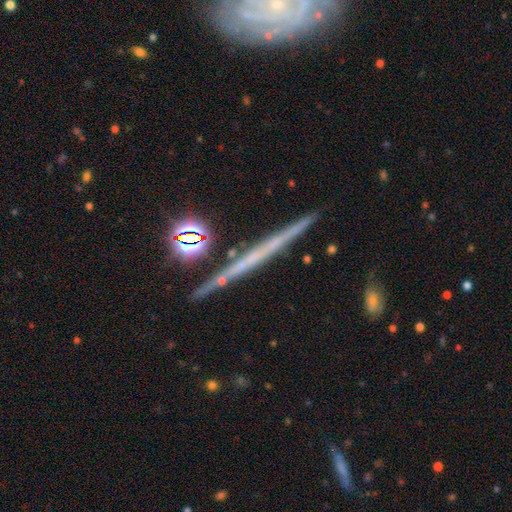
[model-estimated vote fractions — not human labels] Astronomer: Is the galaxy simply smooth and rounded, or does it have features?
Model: featured or disk — 67%.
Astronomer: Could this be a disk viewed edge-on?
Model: yes — 95%.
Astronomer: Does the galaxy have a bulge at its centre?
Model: none — 86%.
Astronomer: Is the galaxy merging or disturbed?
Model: none — 85%.